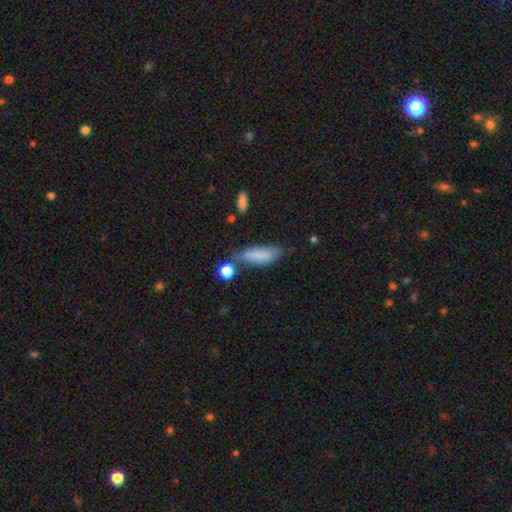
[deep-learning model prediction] Overall: smooth (79%). How rounded: in between (58%; cigar-shaped 39%). Merging: none (52%; minor disturbance 27%).